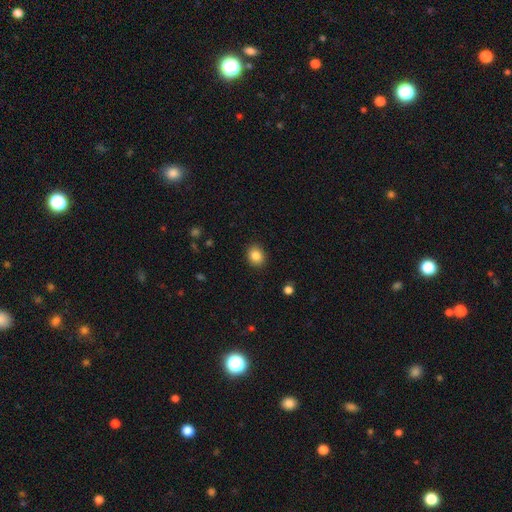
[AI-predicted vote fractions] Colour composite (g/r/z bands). It shows a smooth galaxy with no disk features (85%) that is round (62%). Merging: none (90%).